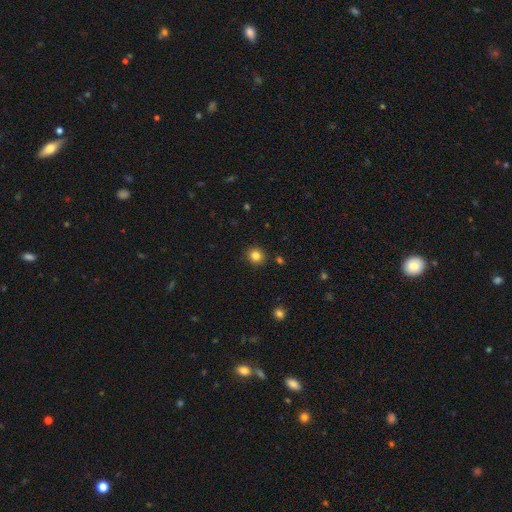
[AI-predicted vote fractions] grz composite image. It shows a smooth galaxy with no disk features (83%) that is round (90%). Merging: none (90%).